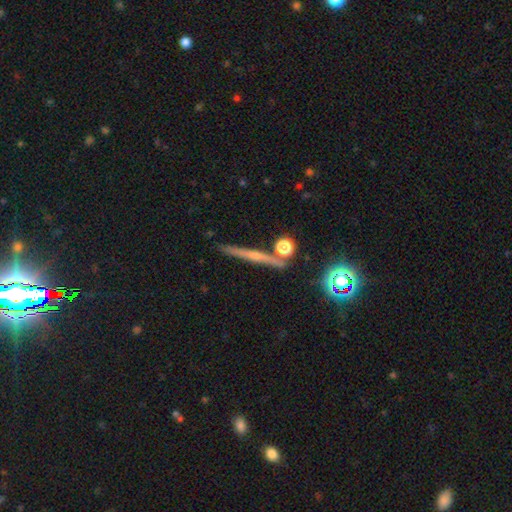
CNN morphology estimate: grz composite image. It shows a featured or disk galaxy (59%) viewed edge-on (95%) with a rounded central bulge (58%). Merging: none (84%).